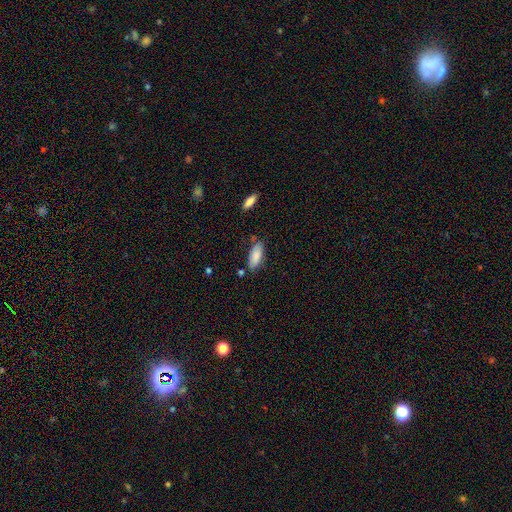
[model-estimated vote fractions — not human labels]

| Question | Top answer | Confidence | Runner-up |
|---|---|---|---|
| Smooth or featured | smooth | 86% | featured or disk (8%) |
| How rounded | in between | 81% | cigar-shaped (17%) |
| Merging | none | 72% | minor disturbance (19%) |